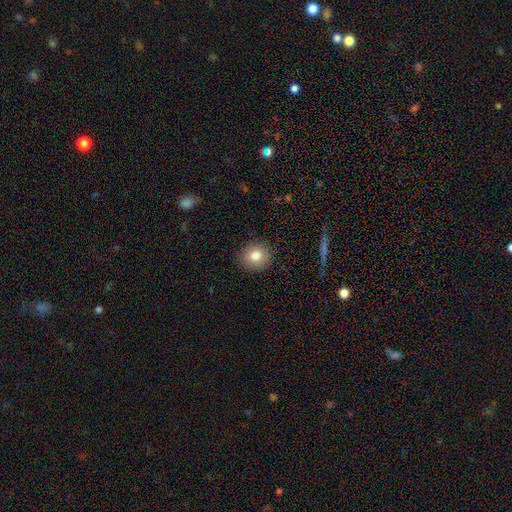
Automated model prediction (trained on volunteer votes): Smooth or featured: smooth — 82% (star or artifact — 9%)
How rounded: round — 85% (in between — 14%)
Merging: none — 90% (minor disturbance — 7%)